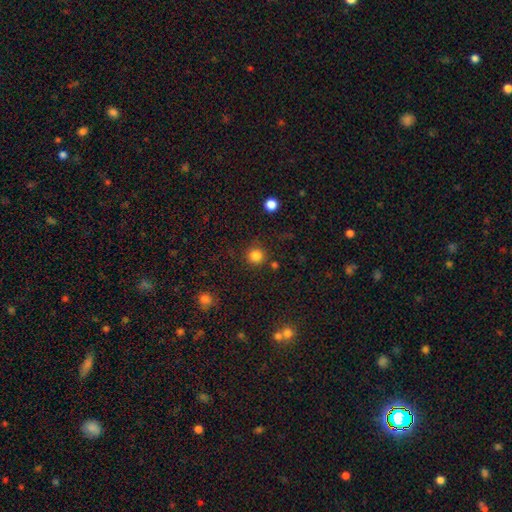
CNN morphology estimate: Smooth or featured: smooth — 83% (star or artifact — 13%)
How rounded: round — 94% (in between — 5%)
Merging: none — 86% (minor disturbance — 7%)